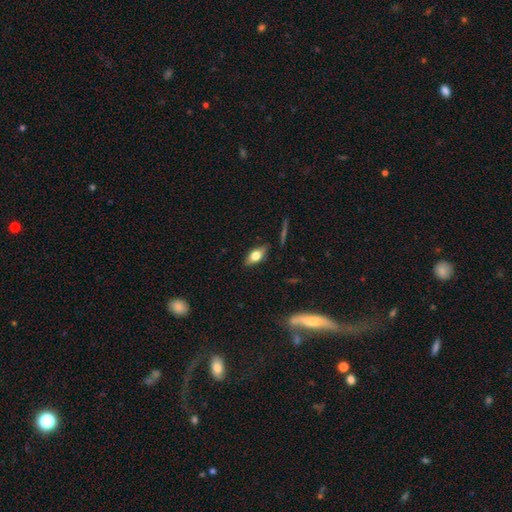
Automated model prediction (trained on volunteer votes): This appears to be a smooth galaxy with no disk features (62%) that is in between round and cigar-shaped (81%). Merging: none (82%).